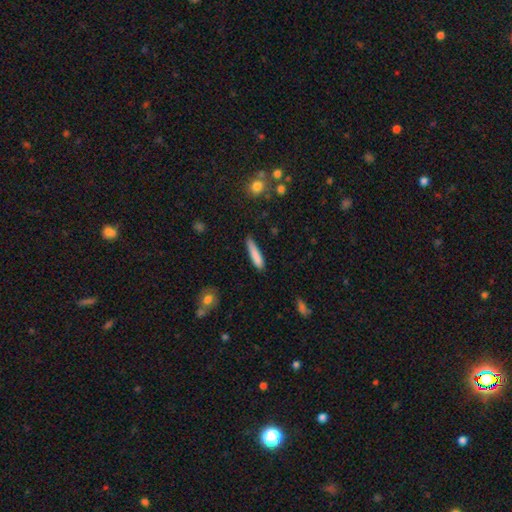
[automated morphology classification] Smooth or featured?
  - smooth: 82% *
  - featured or disk: 11%
  - star or artifact: 7%
How rounded?
  - cigar-shaped: 89% *
  - in between: 10%
  - round: 1%
Merging?
  - none: 77% *
  - minor disturbance: 18%
  - major disturbance: 3%
  - merger: 2%